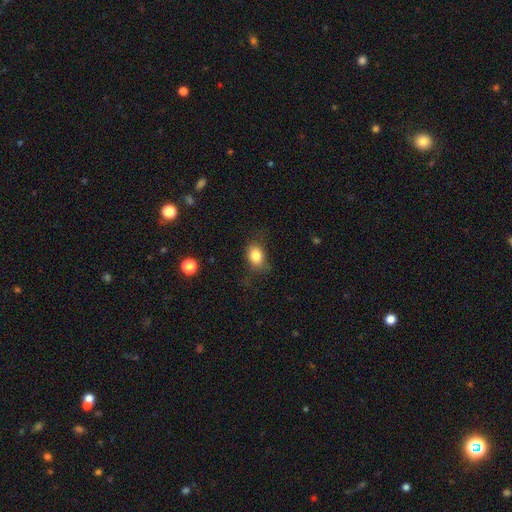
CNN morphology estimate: smooth-or-featured: smooth: 82% | star or artifact: 10% | featured or disk: 8%
  how-rounded: in between: 62% | round: 36% | cigar-shaped: 1%
  merging: none: 67% | minor disturbance: 23% | major disturbance: 9% | merger: 1%